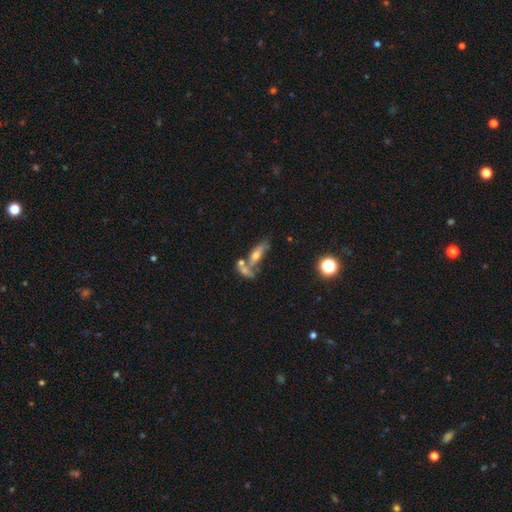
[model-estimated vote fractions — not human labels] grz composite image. It shows a featured or disk galaxy (48%). Merging: merger (49%).